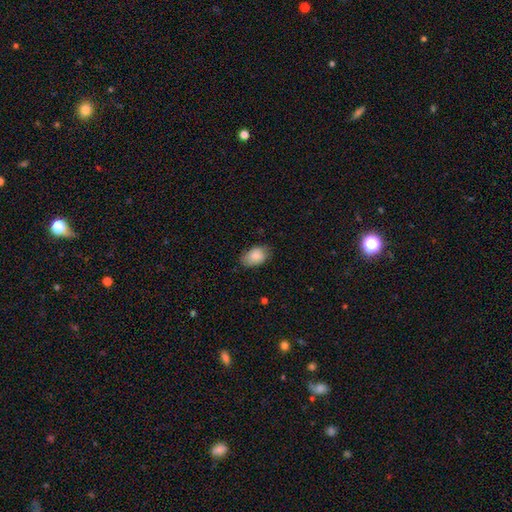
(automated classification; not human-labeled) smooth-or-featured: smooth: 86% | featured or disk: 7% | star or artifact: 7%
  how-rounded: in between: 89% | round: 10% | cigar-shaped: 1%
  merging: none: 74% | minor disturbance: 21% | major disturbance: 4% | merger: 1%